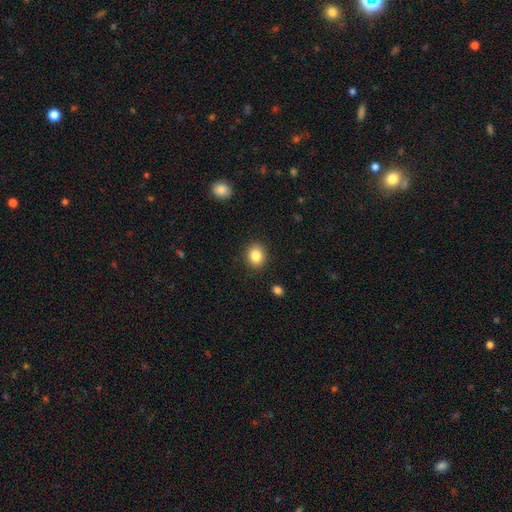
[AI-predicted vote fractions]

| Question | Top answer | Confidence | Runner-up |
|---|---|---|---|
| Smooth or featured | smooth | 85% | star or artifact (9%) |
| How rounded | round | 61% | in between (38%) |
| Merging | none | 89% | minor disturbance (8%) |